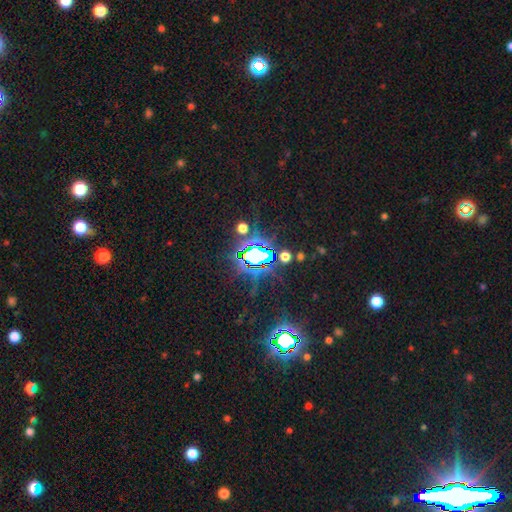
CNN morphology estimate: type=star or artifact (77%).